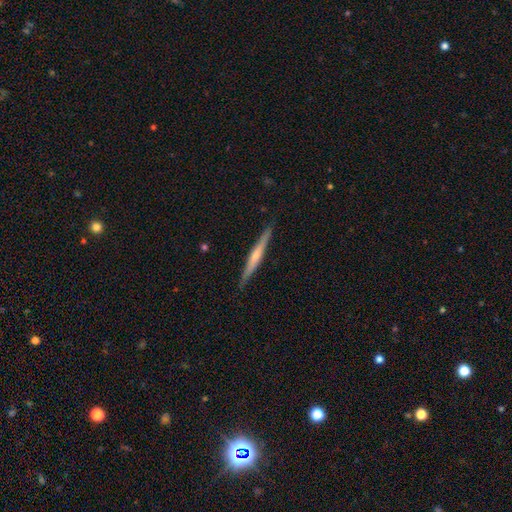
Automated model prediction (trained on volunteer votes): The model was most divided on "smooth or featured": featured or disk: 65%, smooth: 30%, star or artifact: 5%. More confident: edge-on disk — yes (98%); merging — none (90%); edge-on bulge — rounded (65%).